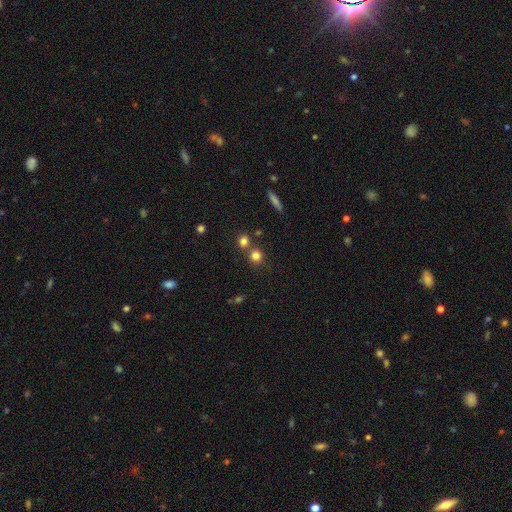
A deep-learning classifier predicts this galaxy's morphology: This appears to be a smooth galaxy with no disk features (78%) that is round (89%). Merging: none (65%).